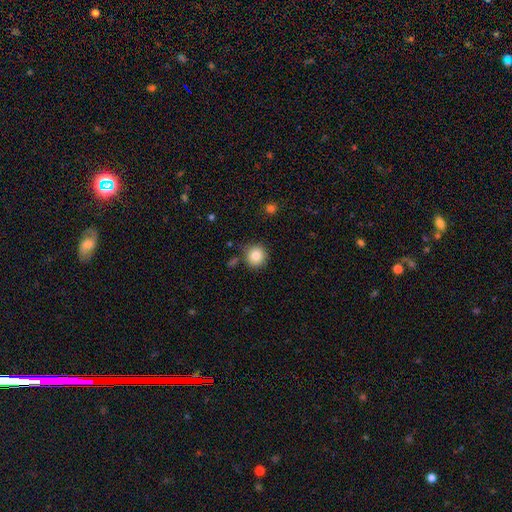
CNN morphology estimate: A smooth galaxy with no disk features (84%) that is round (93%).

Vote fractions:
- Smooth or featured? smooth: 84% / star or artifact: 10% / featured or disk: 7%
- How rounded? round: 93% / in between: 6% / cigar-shaped: 1%
- Merging? none: 83% / minor disturbance: 10% / merger: 4% / major disturbance: 3%